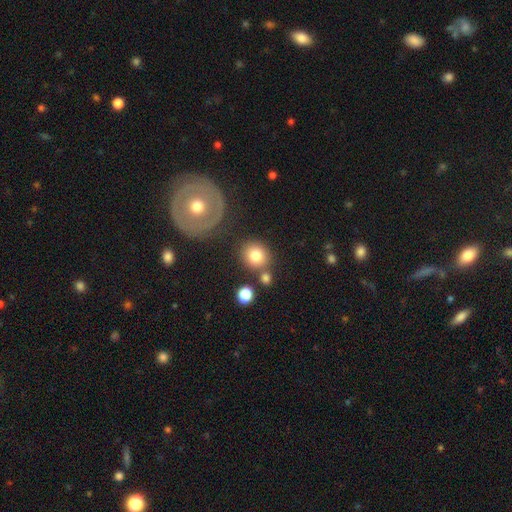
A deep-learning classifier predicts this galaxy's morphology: This is likely a smooth galaxy (79%). How rounded: clearly round (83%). Merging: likely none (68%).